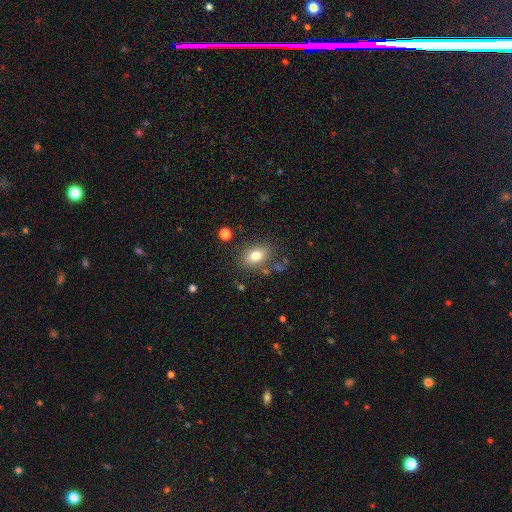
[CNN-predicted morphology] The model was most divided on "how rounded": in between: 79%, round: 19%, cigar-shaped: 2%. More confident: smooth or featured — smooth (77%); merging — none (77%).